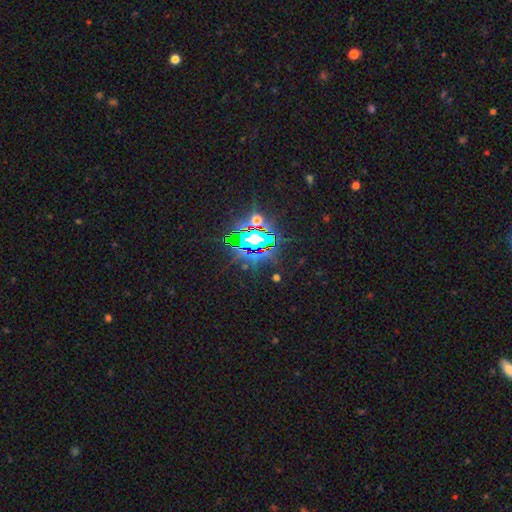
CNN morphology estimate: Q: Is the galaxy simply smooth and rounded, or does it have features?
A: star or artifact — 80%.